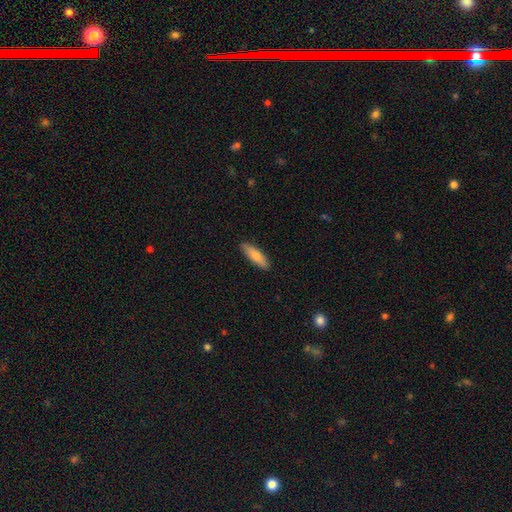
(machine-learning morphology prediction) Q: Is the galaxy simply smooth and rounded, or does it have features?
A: smooth — 82%.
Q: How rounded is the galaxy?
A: cigar-shaped — 57%.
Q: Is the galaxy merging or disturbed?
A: none — 89%.